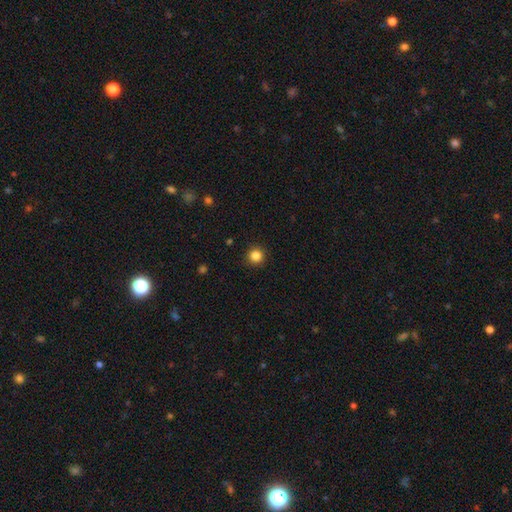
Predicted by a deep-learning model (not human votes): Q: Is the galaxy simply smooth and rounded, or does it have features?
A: smooth — 84%.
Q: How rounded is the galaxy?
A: round — 95%.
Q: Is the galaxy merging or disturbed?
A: none — 92%.